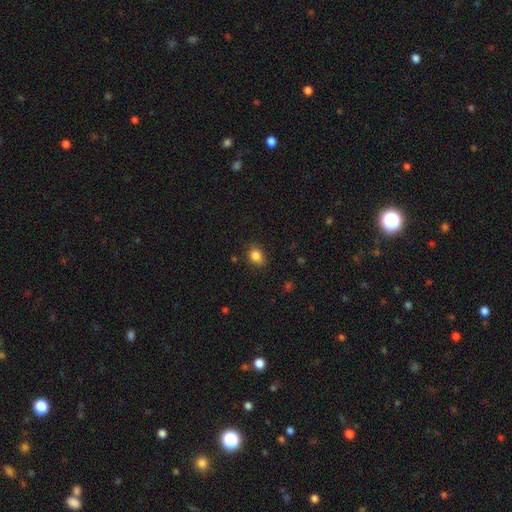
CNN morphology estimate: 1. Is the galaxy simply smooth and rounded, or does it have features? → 84% smooth, 10% star or artifact, 5% featured or disk.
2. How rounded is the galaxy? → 56% in between, 43% round, 1% cigar-shaped.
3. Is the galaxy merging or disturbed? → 74% none, 20% minor disturbance, 4% major disturbance, 2% merger.